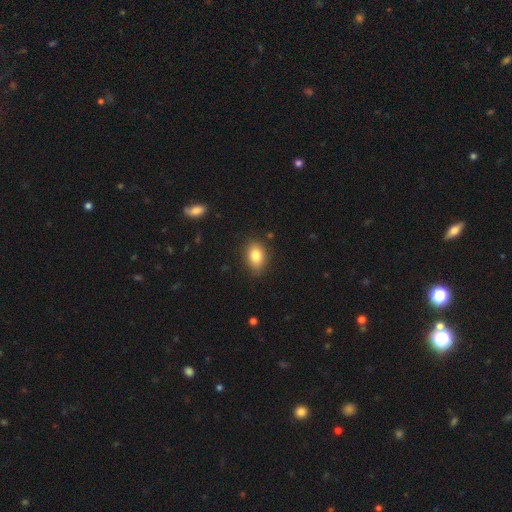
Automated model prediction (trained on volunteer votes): Morphology: type=smooth (83%); roundness=in between (81%); merging=none (83%).